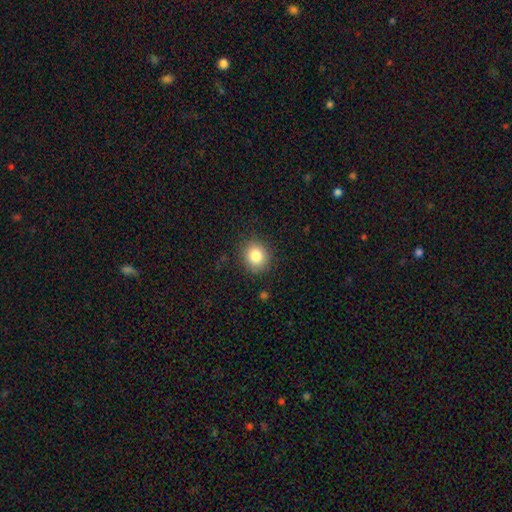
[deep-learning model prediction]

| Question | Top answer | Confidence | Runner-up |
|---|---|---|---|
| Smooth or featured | smooth | 84% | star or artifact (10%) |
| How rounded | round | 81% | in between (18%) |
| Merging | none | 86% | minor disturbance (10%) |